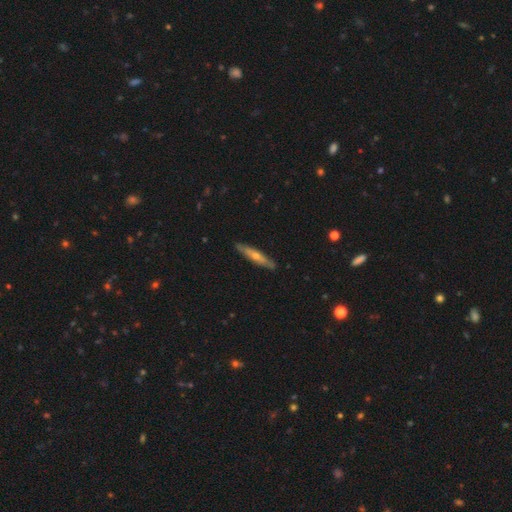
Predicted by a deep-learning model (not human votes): A featured or disk galaxy (62%) viewed edge-on (87%) with a rounded central bulge (79%).

Vote fractions:
- Smooth or featured? featured or disk: 62% / smooth: 32% / star or artifact: 6%
- Edge-on disk? yes: 87% / no: 13%
- Edge-on bulge? rounded: 79% / none: 18% / boxy: 3%
- Merging? none: 88% / minor disturbance: 10% / major disturbance: 2% / merger: 1%